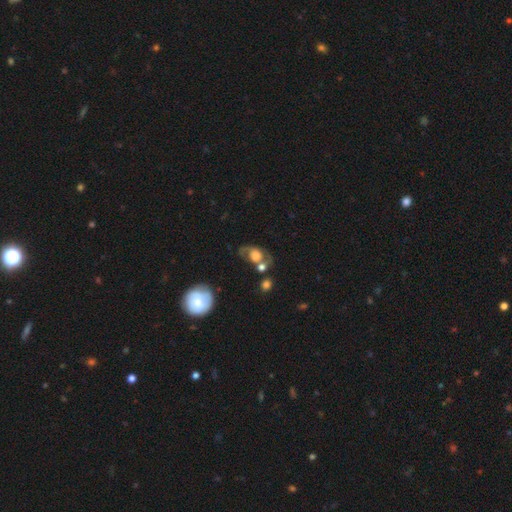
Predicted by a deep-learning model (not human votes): A featured or disk galaxy (54%). Merging: none (47%).